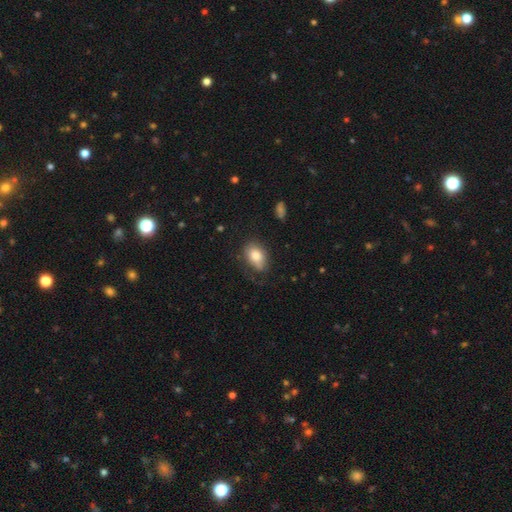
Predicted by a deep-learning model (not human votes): Smooth or featured? Predicted: smooth (p=0.80). How rounded? Predicted: in between (p=0.84). Merging? Predicted: none (p=0.64).